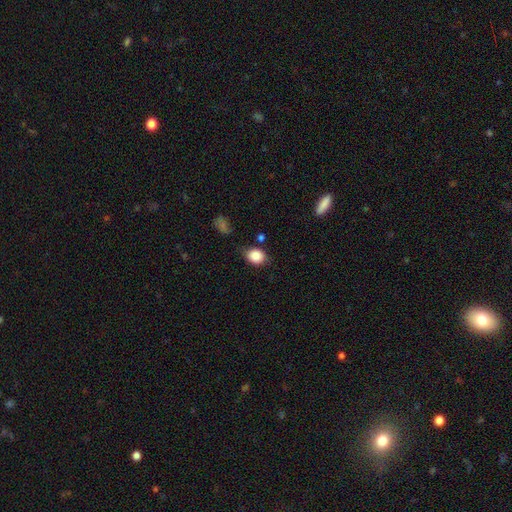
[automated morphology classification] A smooth galaxy with no disk features (86%) that is round (50%).

Vote fractions:
- Smooth or featured? smooth: 86% / star or artifact: 9% / featured or disk: 5%
- How rounded? round: 50% / in between: 48% / cigar-shaped: 1%
- Merging? none: 73% / minor disturbance: 18% / merger: 5% / major disturbance: 4%